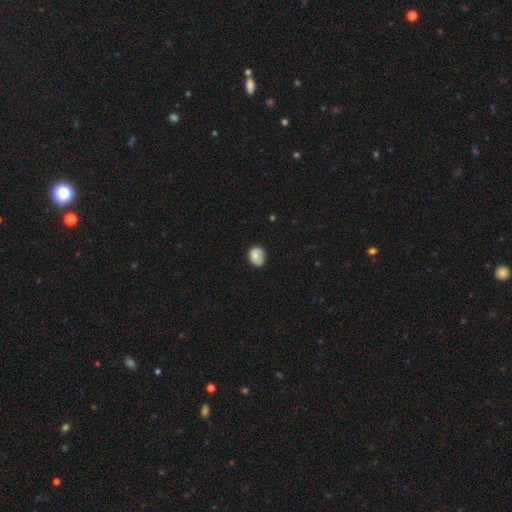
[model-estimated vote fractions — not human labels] A smooth galaxy with no disk features (67%) that is round (65%). Merging: none (64%).